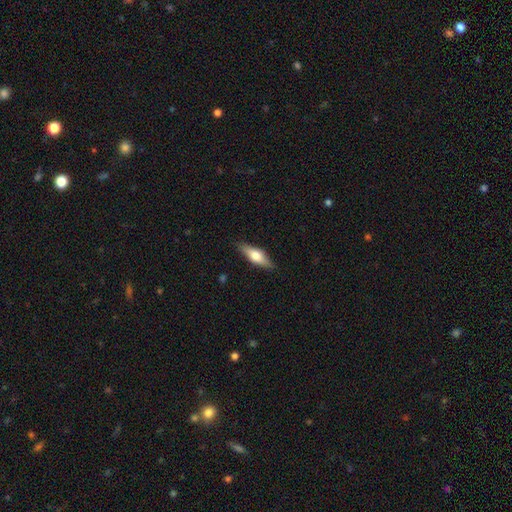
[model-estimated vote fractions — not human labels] Overall: smooth (53%; featured or disk 41%). How rounded: in between (50%; cigar-shaped 47%). Merging: none (87%).